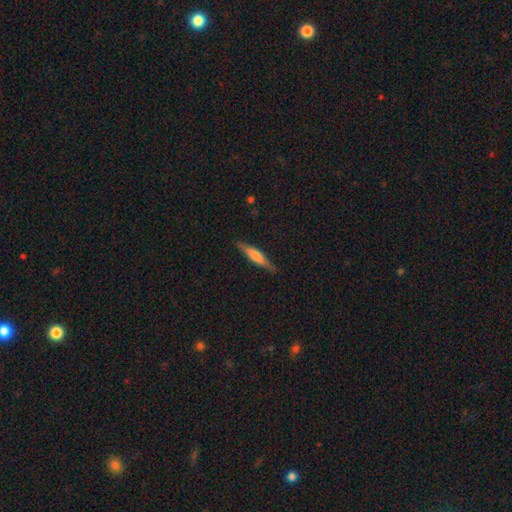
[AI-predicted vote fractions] smooth 48%, featured or disk 46%, star or artifact 6%. Down the decision tree: merging — none (87%).